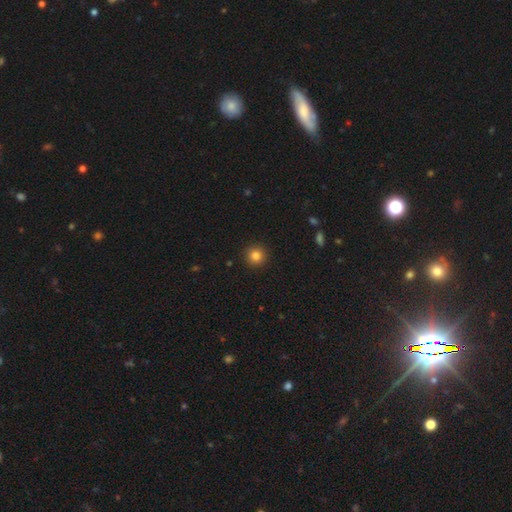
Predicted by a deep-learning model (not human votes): Smooth or featured: smooth — 84% (star or artifact — 11%)
How rounded: round — 95% (in between — 4%)
Merging: none — 92% (minor disturbance — 5%)